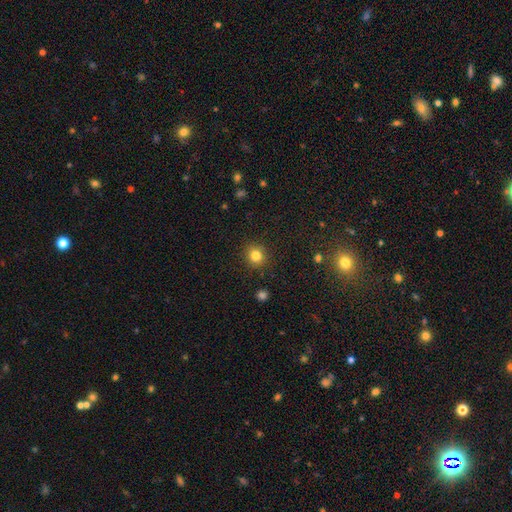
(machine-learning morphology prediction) Q: Smooth or featured?
A: smooth (82%); runner-up: star or artifact (13%)
Q: How rounded?
A: round (89%); runner-up: in between (10%)
Q: Merging?
A: none (90%); runner-up: minor disturbance (6%)